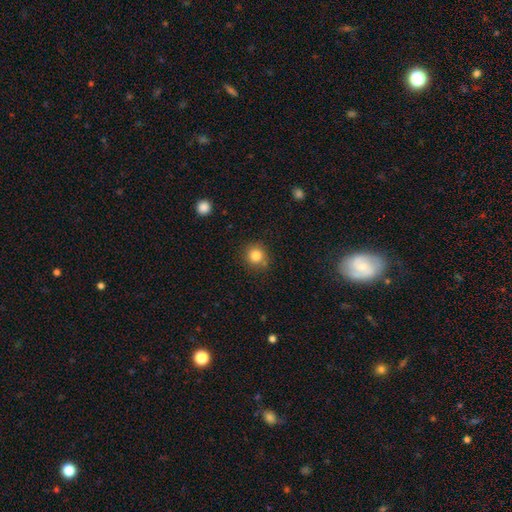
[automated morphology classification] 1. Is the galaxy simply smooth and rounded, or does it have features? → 84% smooth, 11% star or artifact, 5% featured or disk.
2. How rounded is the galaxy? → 89% round, 10% in between, 1% cigar-shaped.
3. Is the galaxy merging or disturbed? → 78% none, 14% minor disturbance, 5% merger, 4% major disturbance.